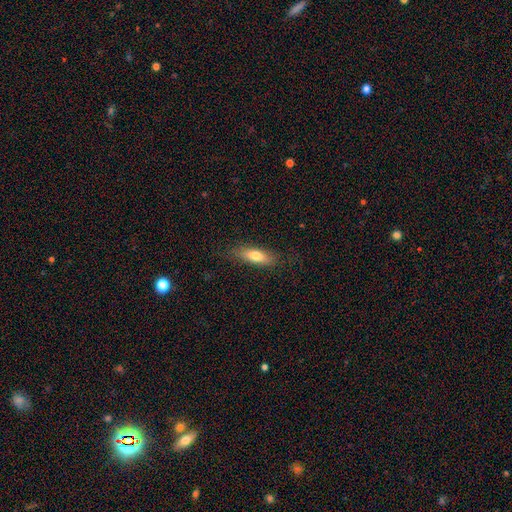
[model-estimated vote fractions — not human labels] The model was most divided on "how rounded": in between: 53%, cigar-shaped: 45%, round: 2%. More confident: merging — none (80%); smooth or featured — smooth (75%).